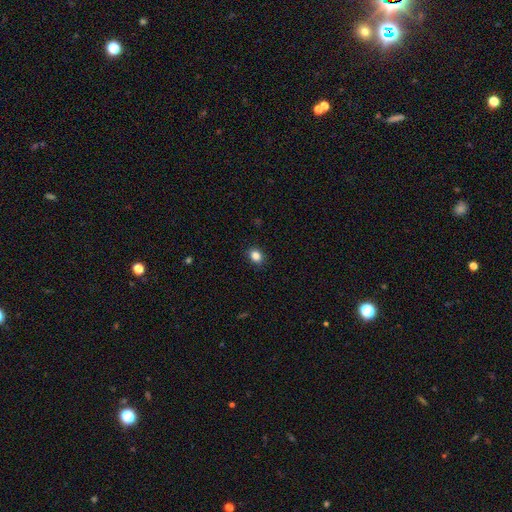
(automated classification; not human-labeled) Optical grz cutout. It shows a smooth galaxy with no disk features (85%) that is in between round and cigar-shaped (55%). Merging: none (88%).